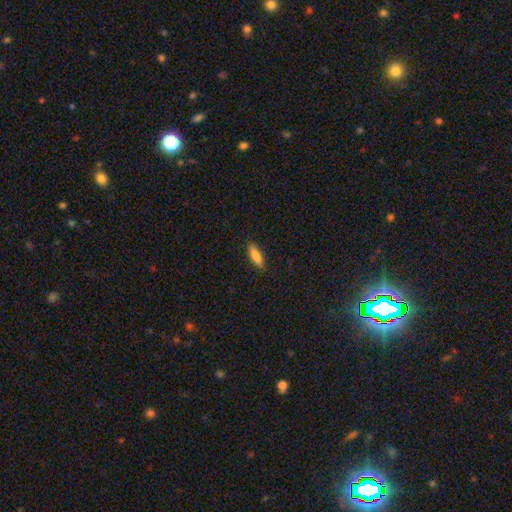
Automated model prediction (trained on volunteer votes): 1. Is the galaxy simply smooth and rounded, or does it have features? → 86% smooth, 8% featured or disk, 6% star or artifact.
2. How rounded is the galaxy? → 56% in between, 42% cigar-shaped, 2% round.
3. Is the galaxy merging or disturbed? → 87% none, 10% minor disturbance, 2% major disturbance, 1% merger.